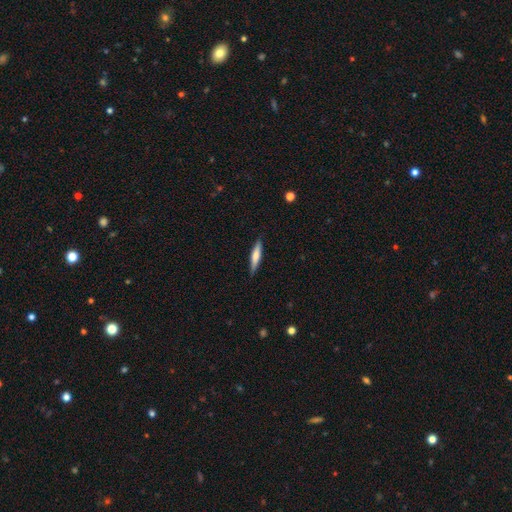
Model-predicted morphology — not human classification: Smooth or featured? smooth (58%)
How rounded? cigar-shaped (87%)
Merging? none (88%)